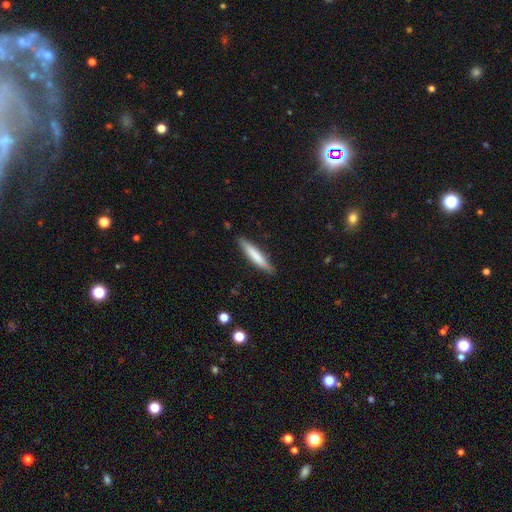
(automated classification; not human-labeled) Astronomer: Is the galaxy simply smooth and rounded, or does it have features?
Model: smooth — 72%.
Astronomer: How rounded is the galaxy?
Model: cigar-shaped — 90%.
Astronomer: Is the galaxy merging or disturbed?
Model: none — 86%.